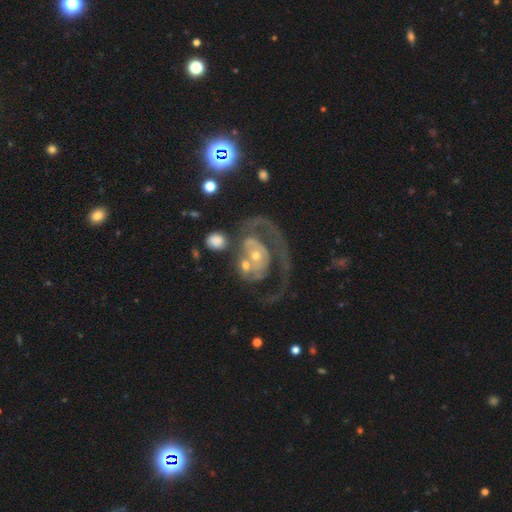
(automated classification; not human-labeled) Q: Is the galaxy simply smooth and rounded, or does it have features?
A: featured or disk — 78%.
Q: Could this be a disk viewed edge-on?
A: no — 97%.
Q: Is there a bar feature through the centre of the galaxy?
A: no — 76%.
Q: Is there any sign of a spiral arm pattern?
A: yes — 73%.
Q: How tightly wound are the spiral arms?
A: tight — 40%.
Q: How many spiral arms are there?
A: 1 — 48%.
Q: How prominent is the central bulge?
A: small — 60%.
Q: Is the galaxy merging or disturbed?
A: major disturbance — 39%.